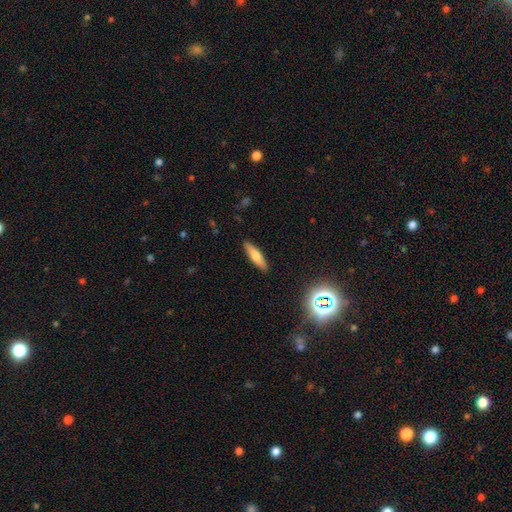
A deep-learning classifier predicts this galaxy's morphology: Smooth or featured: smooth — 68% (featured or disk — 24%)
How rounded: cigar-shaped — 69% (in between — 29%)
Merging: none — 89% (minor disturbance — 8%)